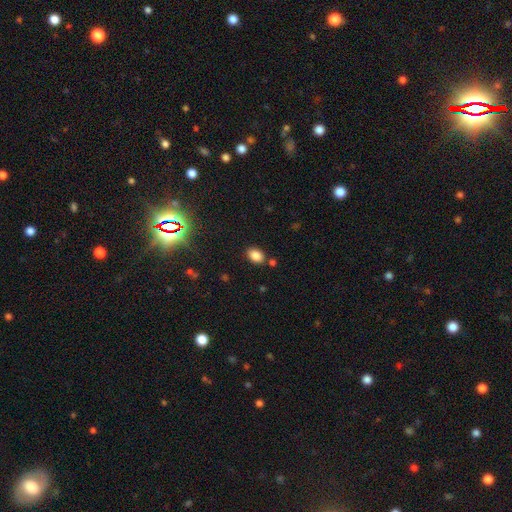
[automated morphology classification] type=smooth (83%); roundness=in between (75%); merging=none (80%).